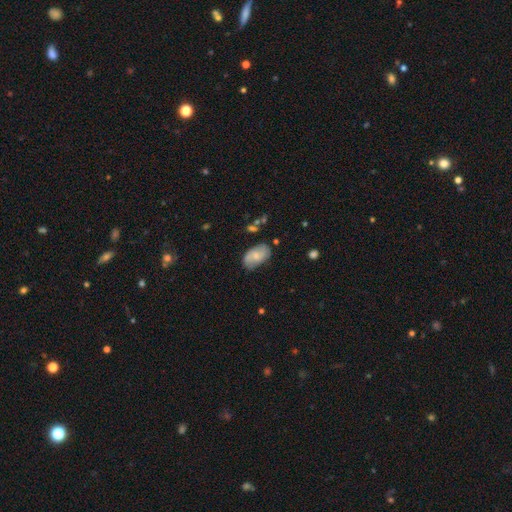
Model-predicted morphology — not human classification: smooth 55%, featured or disk 38%, star or artifact 7%. Down the decision tree: how rounded — in between (93%); merging — none (68%).